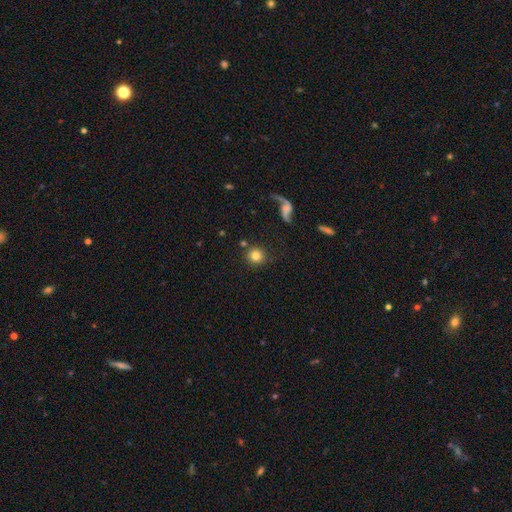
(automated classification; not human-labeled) Smooth or featured? smooth (79%)
How rounded? round (94%)
Merging? none (83%)